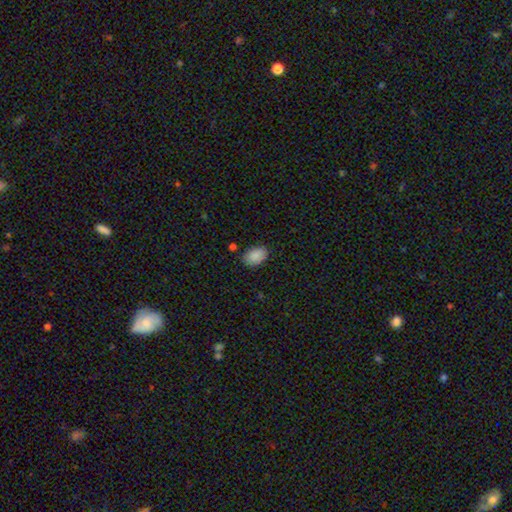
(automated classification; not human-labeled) Smooth or featured?
  - smooth: 89% *
  - star or artifact: 7%
  - featured or disk: 3%
How rounded?
  - in between: 89% *
  - round: 10%
  - cigar-shaped: 1%
Merging?
  - none: 84% *
  - minor disturbance: 12%
  - major disturbance: 3%
  - merger: 2%